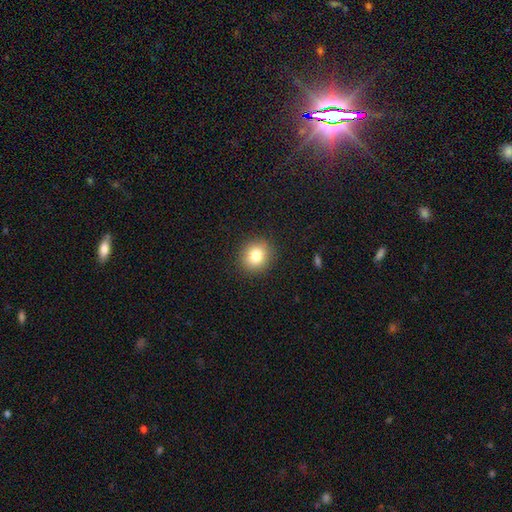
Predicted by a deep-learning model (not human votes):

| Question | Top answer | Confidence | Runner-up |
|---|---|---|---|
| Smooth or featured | smooth | 81% | star or artifact (11%) |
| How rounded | round | 80% | in between (19%) |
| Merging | none | 90% | minor disturbance (7%) |